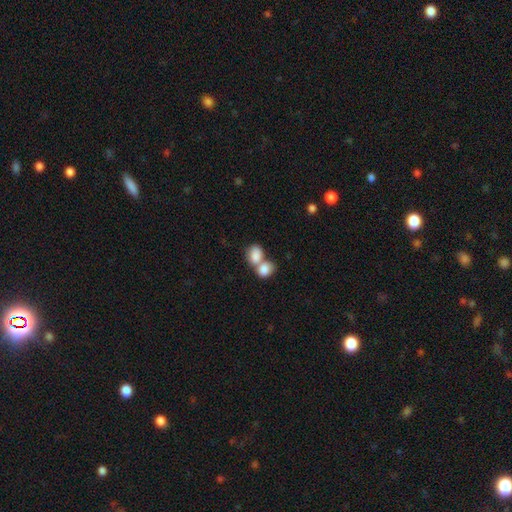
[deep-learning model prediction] Smooth or featured? smooth (83%)
How rounded? in between (73%)
Merging? merger (71%)